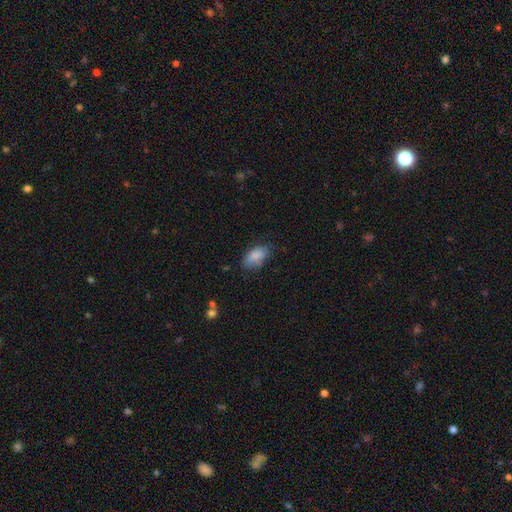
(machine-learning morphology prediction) Smooth or featured? Predicted: smooth (p=0.86). How rounded? Predicted: in between (p=0.92). Merging? Predicted: none (p=0.70).